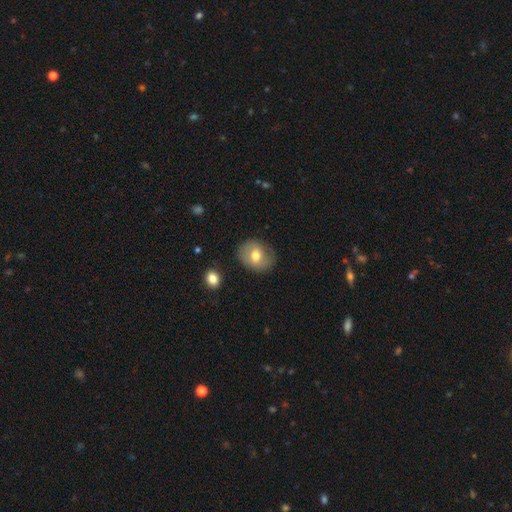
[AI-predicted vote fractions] A smooth galaxy with no disk features (66%) that is round (57%).

Vote fractions:
- Smooth or featured? smooth: 66% / featured or disk: 26% / star or artifact: 8%
- How rounded? round: 57% / in between: 42% / cigar-shaped: 1%
- Merging? none: 80% / minor disturbance: 14% / major disturbance: 4% / merger: 2%